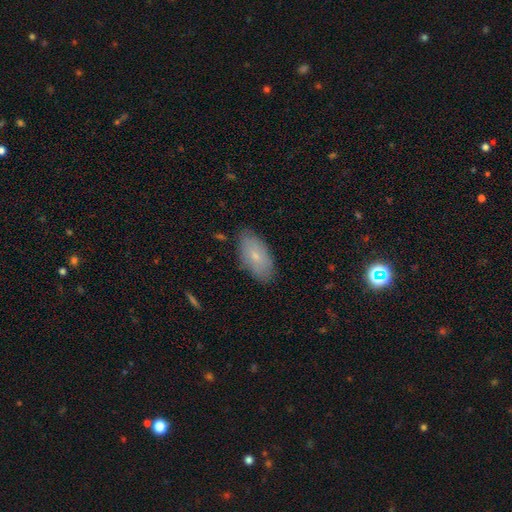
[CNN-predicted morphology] Smooth or featured? smooth (72%)
How rounded? in between (92%)
Merging? none (82%)